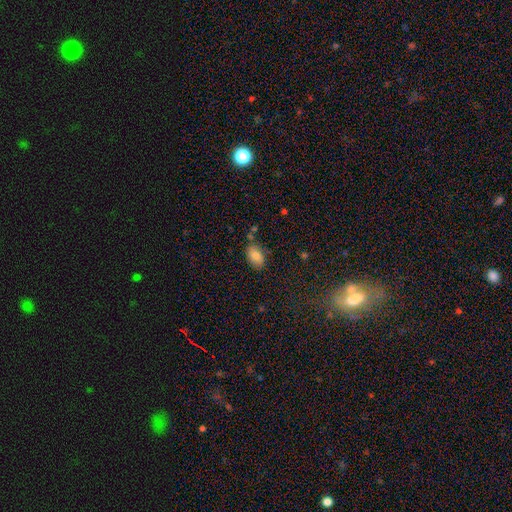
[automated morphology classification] smooth 82%, featured or disk 10%, star or artifact 8%. Down the decision tree: how rounded — in between (88%); merging — none (75%).